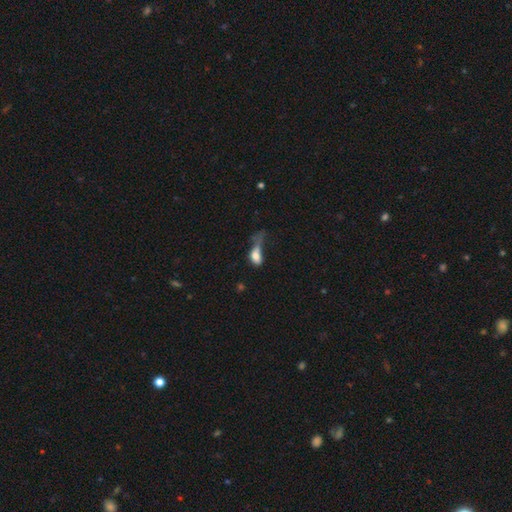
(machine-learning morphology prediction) smooth_or_featured: smooth (p=0.68) [alt: featured or disk p=0.22]
how_rounded: in between (p=0.76) [alt: round p=0.14]
merging: major disturbance (p=0.60) [alt: minor disturbance p=0.15]